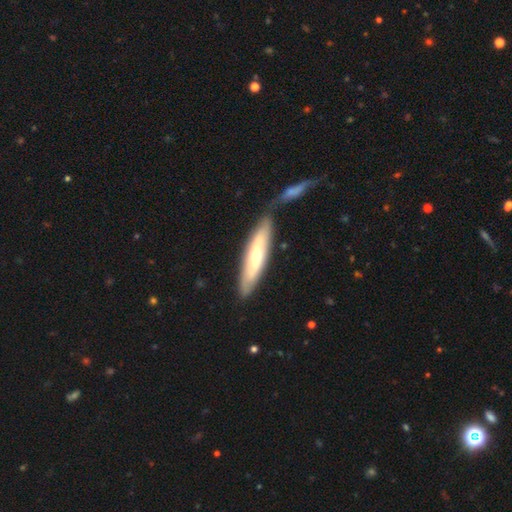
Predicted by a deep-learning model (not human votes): Overall: smooth (48%; featured or disk 47%). Merging: none (66%).